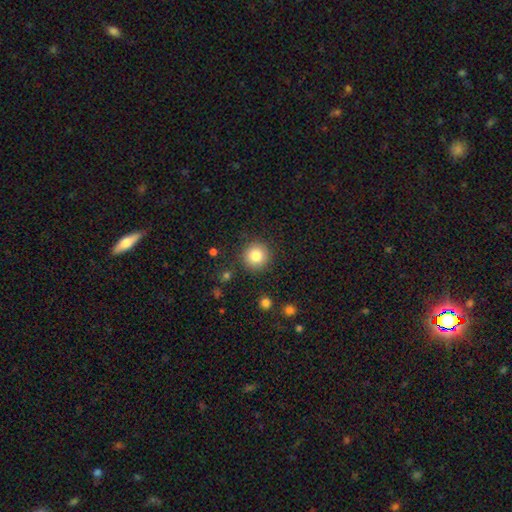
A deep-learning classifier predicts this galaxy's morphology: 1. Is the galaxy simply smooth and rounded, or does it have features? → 82% smooth, 10% star or artifact, 8% featured or disk.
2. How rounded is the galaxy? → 95% round, 4% in between, 1% cigar-shaped.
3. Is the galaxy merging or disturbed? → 89% none, 6% minor disturbance, 2% major disturbance, 2% merger.